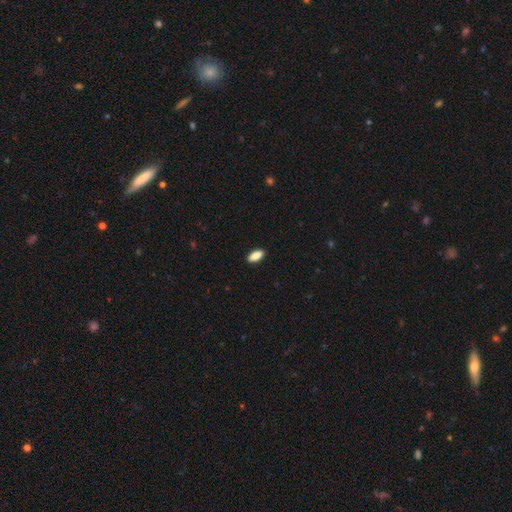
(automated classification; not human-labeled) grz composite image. It shows a smooth galaxy with no disk features (87%) that is in between round and cigar-shaped (85%). Merging: none (90%).